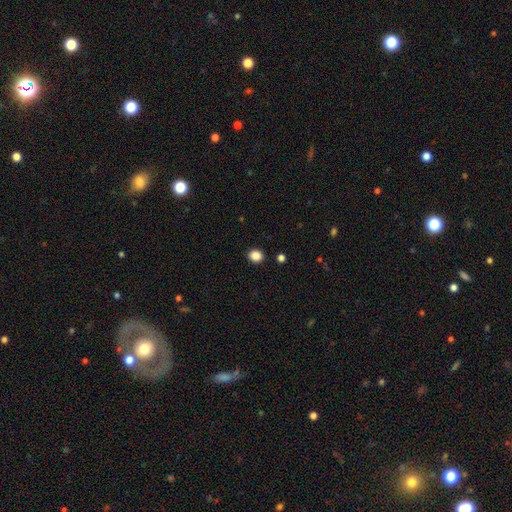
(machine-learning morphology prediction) Overall: smooth (86%). How rounded: round (70%). Merging: none (91%).